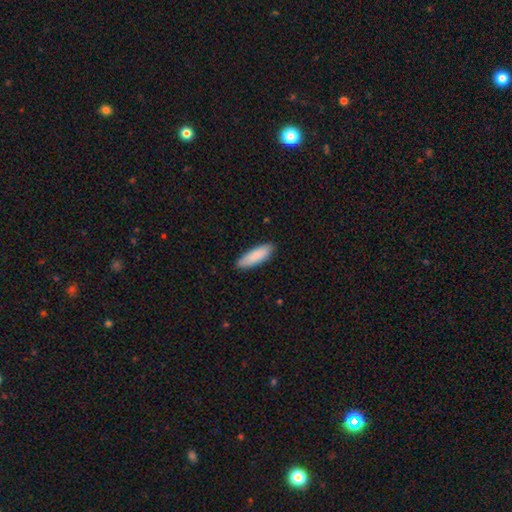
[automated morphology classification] type=smooth (89%); roundness=in between (50%); merging=none (88%).